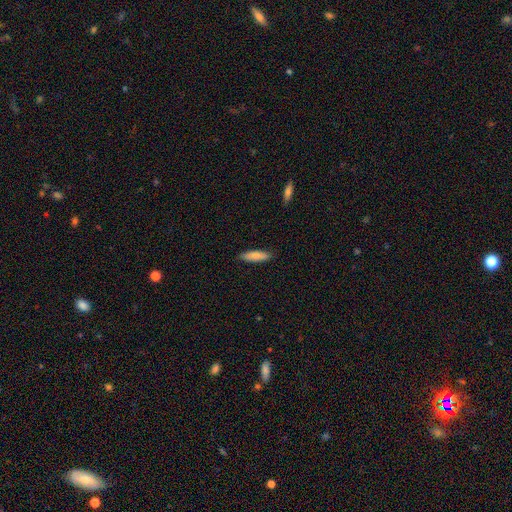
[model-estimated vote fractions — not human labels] smooth_or_featured: smooth (p=0.83) [alt: featured or disk p=0.11]
how_rounded: cigar-shaped (p=0.64) [alt: in between p=0.34]
merging: none (p=0.88) [alt: minor disturbance p=0.09]